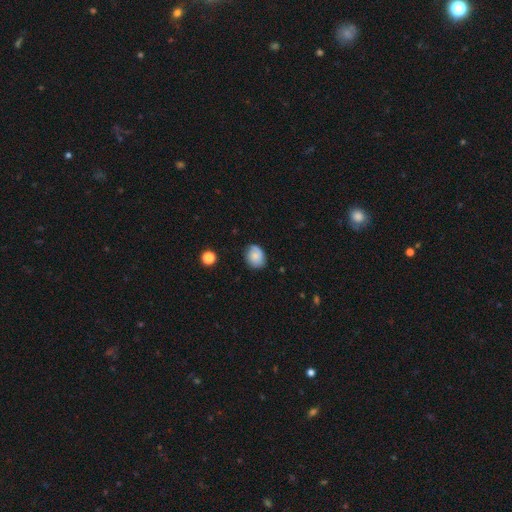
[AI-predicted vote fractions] Smooth or featured? Predicted: smooth (p=0.72). How rounded? Predicted: round (p=0.52). Merging? Predicted: none (p=0.74).